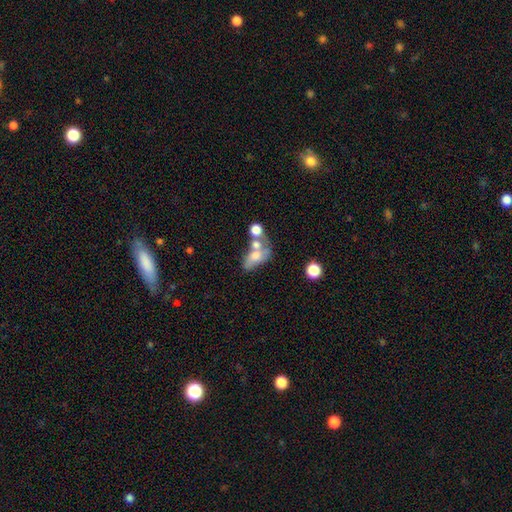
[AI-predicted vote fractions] The model was most divided on "smooth or featured": smooth: 50%, featured or disk: 38%, star or artifact: 12%. Remaining: merging — merger (46%).